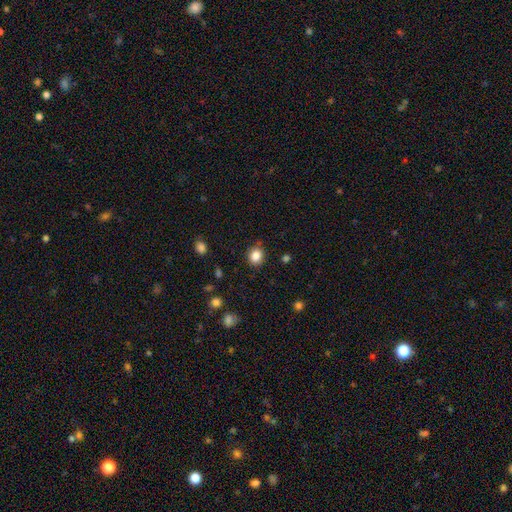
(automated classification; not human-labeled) Smooth or featured? Predicted: smooth (p=0.85). How rounded? Predicted: round (p=0.77). Merging? Predicted: none (p=0.84).